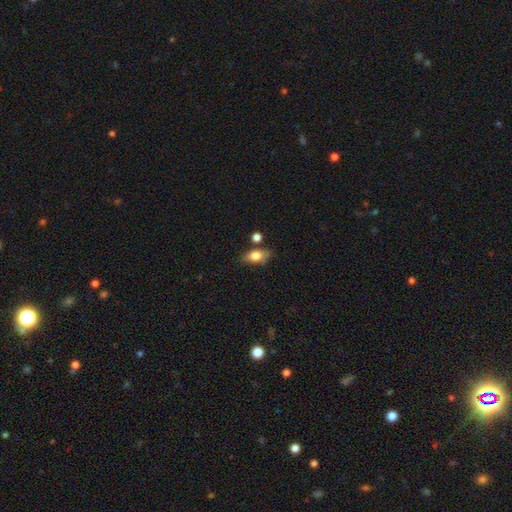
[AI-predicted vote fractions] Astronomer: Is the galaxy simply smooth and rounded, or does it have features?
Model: smooth — 76%.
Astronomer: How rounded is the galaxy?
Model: in between — 81%.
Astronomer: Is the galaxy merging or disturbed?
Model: none — 70%.